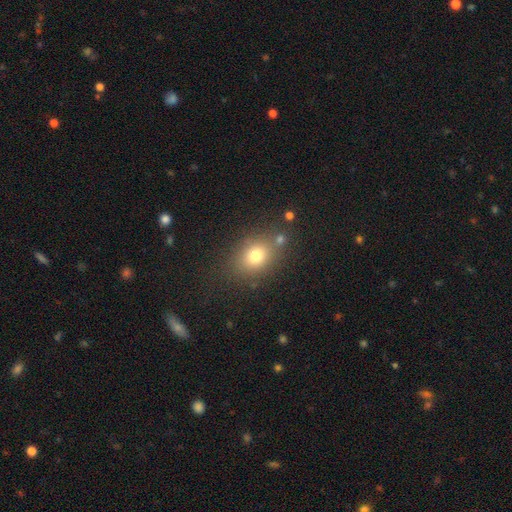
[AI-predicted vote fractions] smooth_or_featured: smooth (p=0.76) [alt: star or artifact p=0.13]
how_rounded: in between (p=0.59) [alt: round p=0.40]
merging: none (p=0.73) [alt: minor disturbance p=0.13]